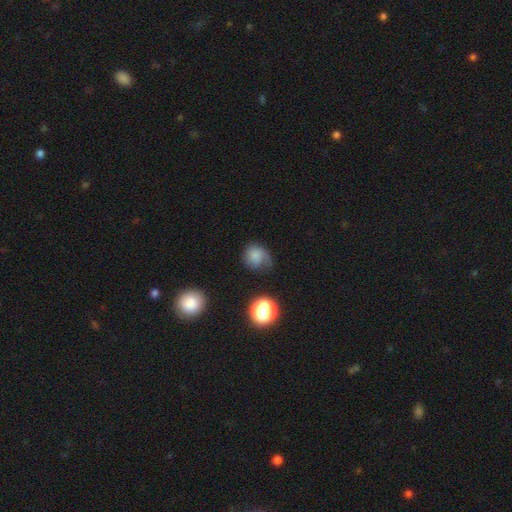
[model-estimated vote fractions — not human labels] This is likely a smooth galaxy (70%). How rounded: likely round (70%). Merging: marginally none (39%).